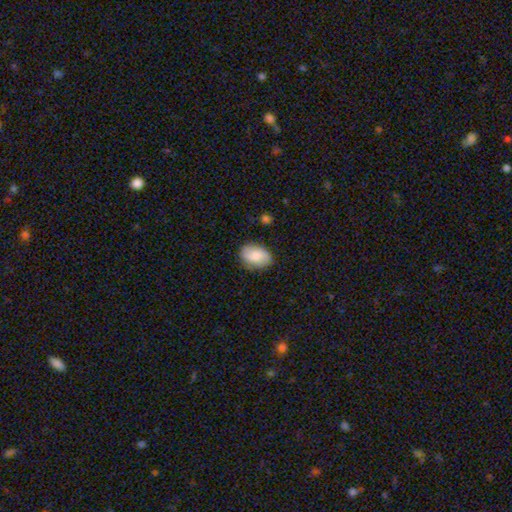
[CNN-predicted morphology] Smooth or featured: smooth — 75% (featured or disk — 18%)
How rounded: in between — 84% (round — 15%)
Merging: none — 80% (minor disturbance — 15%)